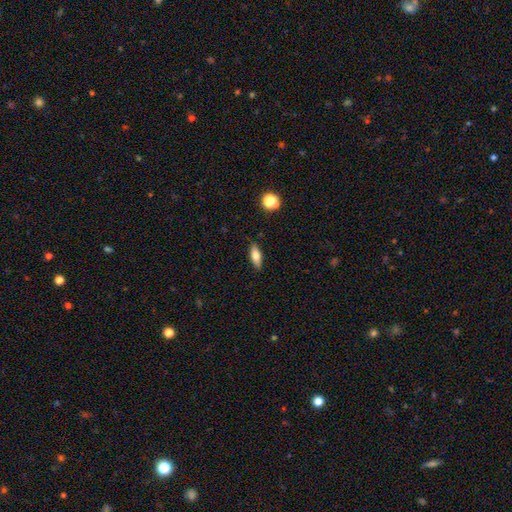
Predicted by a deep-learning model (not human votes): This appears to be a smooth galaxy with no disk features (65%) that is in between round and cigar-shaped (65%). Merging: none (86%).